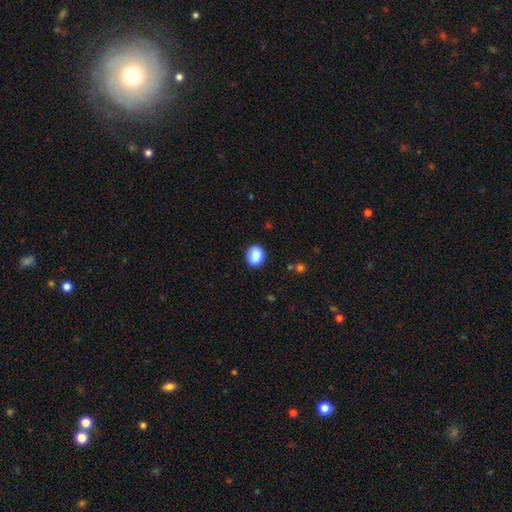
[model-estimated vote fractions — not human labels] Morphology: type=smooth (88%); roundness=round (60%); merging=none (88%).